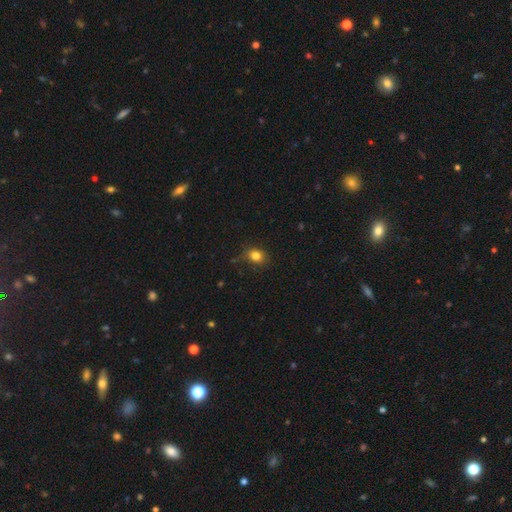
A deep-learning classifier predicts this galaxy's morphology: Q: Smooth or featured?
A: smooth (82%); runner-up: star or artifact (12%)
Q: How rounded?
A: round (57%); runner-up: in between (42%)
Q: Merging?
A: none (72%); runner-up: minor disturbance (21%)